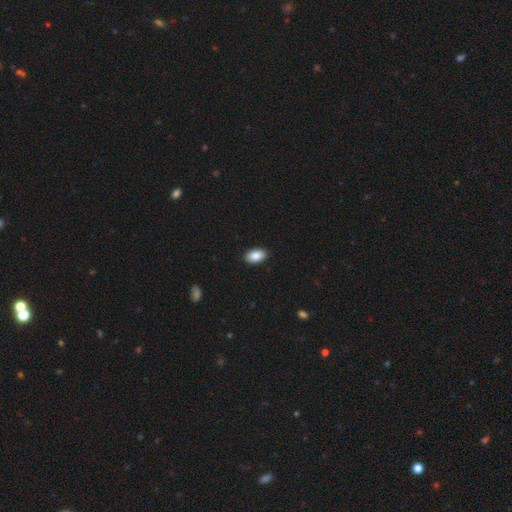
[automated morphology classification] This is clearly a smooth galaxy (87%). How rounded: clearly in between (93%). Merging: clearly none (91%).